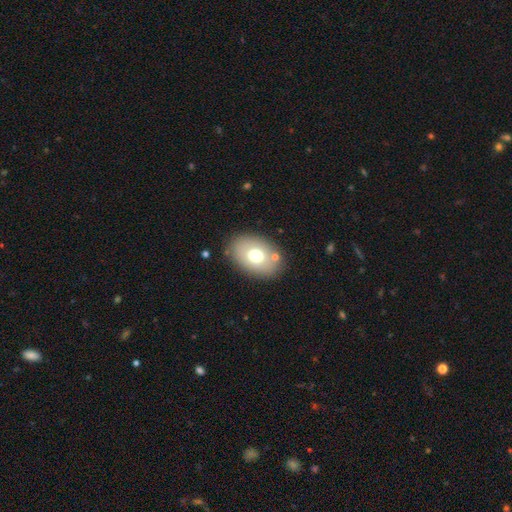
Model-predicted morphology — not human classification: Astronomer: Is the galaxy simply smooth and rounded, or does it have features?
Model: smooth — 70%.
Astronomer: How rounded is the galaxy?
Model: in between — 81%.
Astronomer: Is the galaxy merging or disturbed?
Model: none — 82%.